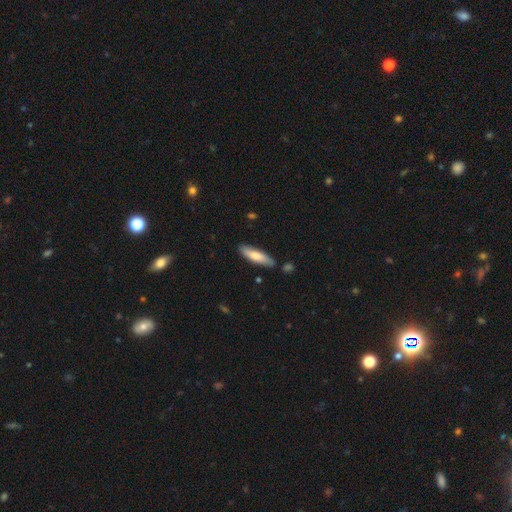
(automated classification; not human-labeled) Smooth or featured?
  - smooth: 73% *
  - featured or disk: 22%
  - star or artifact: 6%
How rounded?
  - cigar-shaped: 66% *
  - in between: 32%
  - round: 1%
Merging?
  - none: 83% *
  - minor disturbance: 12%
  - merger: 3%
  - major disturbance: 2%